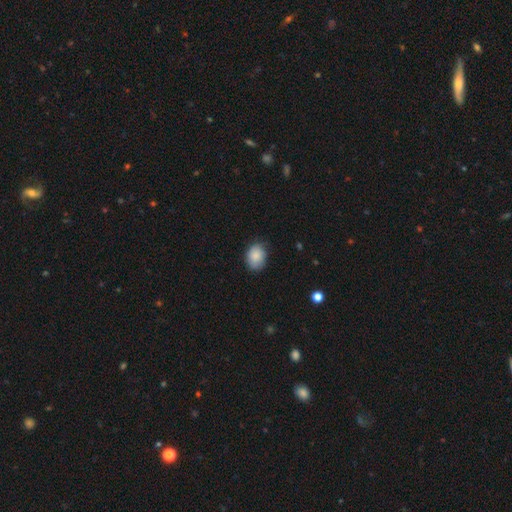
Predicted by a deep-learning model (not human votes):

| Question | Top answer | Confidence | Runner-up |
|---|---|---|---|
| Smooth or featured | smooth | 87% | star or artifact (7%) |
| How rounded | in between | 67% | round (32%) |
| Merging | none | 78% | minor disturbance (18%) |